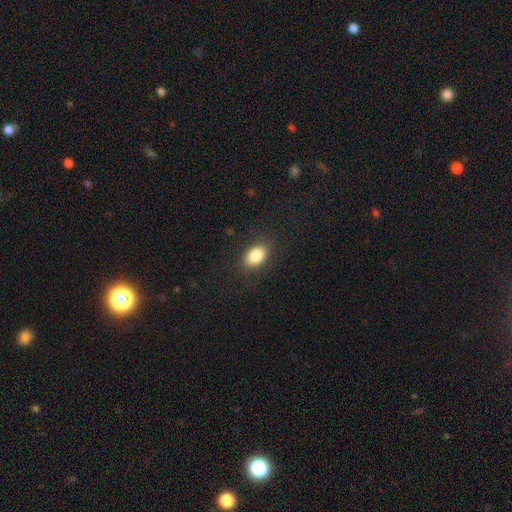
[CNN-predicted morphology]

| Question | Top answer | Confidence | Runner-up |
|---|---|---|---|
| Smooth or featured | smooth | 84% | star or artifact (8%) |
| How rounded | in between | 83% | round (15%) |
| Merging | none | 85% | minor disturbance (10%) |